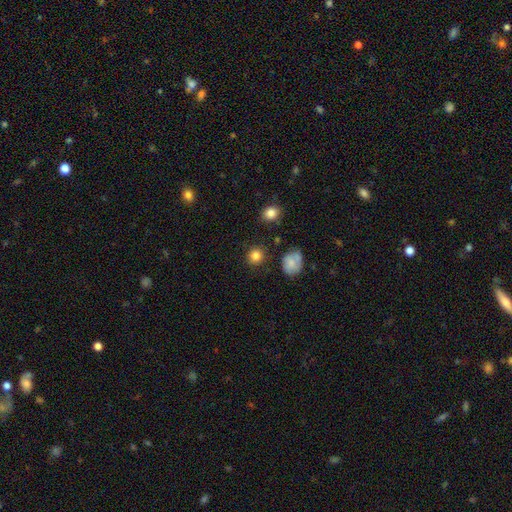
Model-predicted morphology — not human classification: Q: Smooth or featured?
A: smooth (83%); runner-up: star or artifact (11%)
Q: How rounded?
A: round (88%); runner-up: in between (11%)
Q: Merging?
A: none (85%); runner-up: minor disturbance (9%)